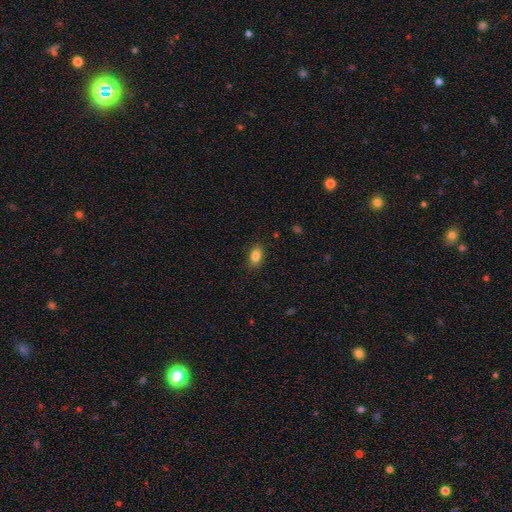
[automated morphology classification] smooth-or-featured: smooth: 86% | star or artifact: 9% | featured or disk: 6%
  how-rounded: in between: 88% | round: 9% | cigar-shaped: 3%
  merging: none: 87% | minor disturbance: 10% | major disturbance: 3% | merger: 1%